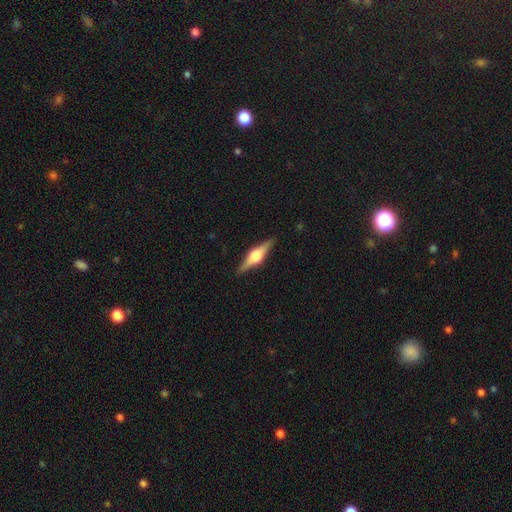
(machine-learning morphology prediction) A featured or disk galaxy (79%) viewed edge-on (98%) with a rounded central bulge (92%). Merging: none (90%).